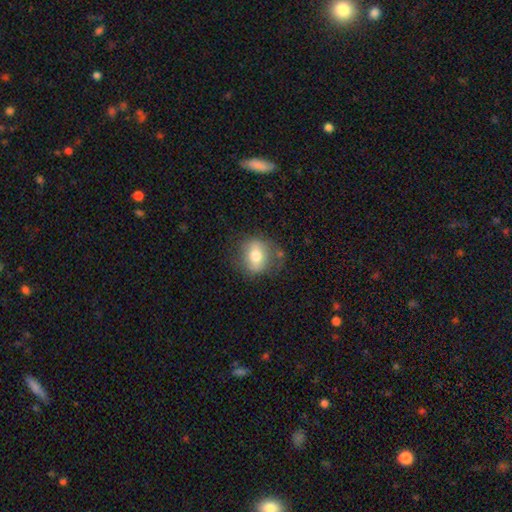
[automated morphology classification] smooth 61%, featured or disk 32%, star or artifact 8%. Down the decision tree: how rounded — round (57%); merging — none (70%).